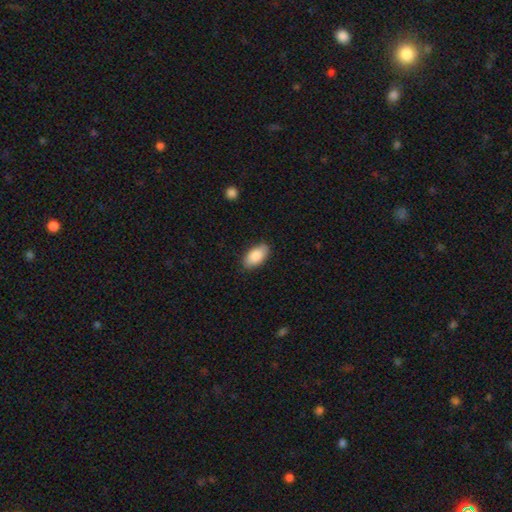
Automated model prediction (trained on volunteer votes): Smooth or featured: smooth — 88% (star or artifact — 6%)
How rounded: in between — 94% (cigar-shaped — 3%)
Merging: none — 86% (minor disturbance — 11%)